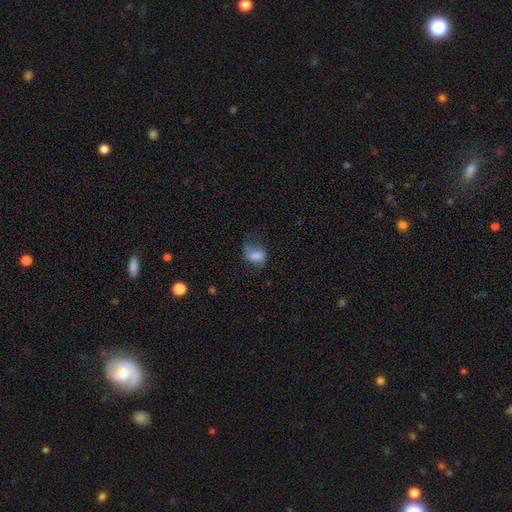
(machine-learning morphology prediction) A smooth galaxy with no disk features (61%) that is in between round and cigar-shaped (75%).

Vote fractions:
- Smooth or featured? smooth: 61% / featured or disk: 29% / star or artifact: 10%
- How rounded? in between: 75% / round: 22% / cigar-shaped: 3%
- Merging? none: 47% / minor disturbance: 29% / major disturbance: 22% / merger: 2%